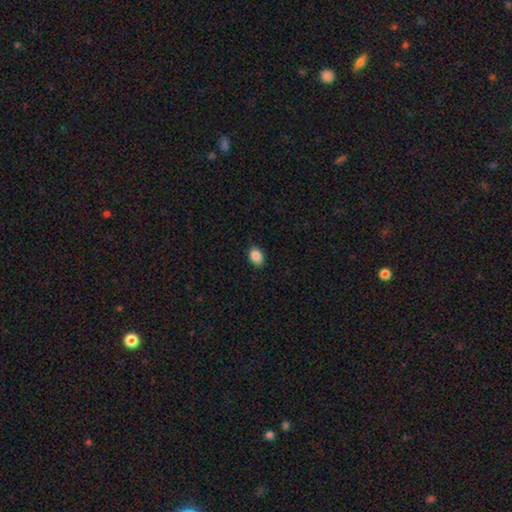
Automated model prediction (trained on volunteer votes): Smooth or featured: smooth — 88% (star or artifact — 8%)
How rounded: in between — 77% (round — 22%)
Merging: none — 88% (minor disturbance — 9%)